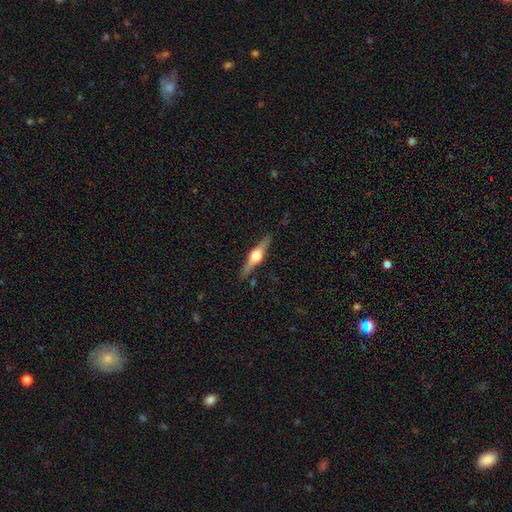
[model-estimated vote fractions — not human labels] smooth-or-featured: featured or disk: 76% | smooth: 18% | star or artifact: 6%
  disk-edge-on: yes: 98% | no: 2%
    edge-on-bulge: rounded: 95% | boxy: 3% | none: 1%
  merging: none: 89% | minor disturbance: 8% | major disturbance: 2% | merger: 1%